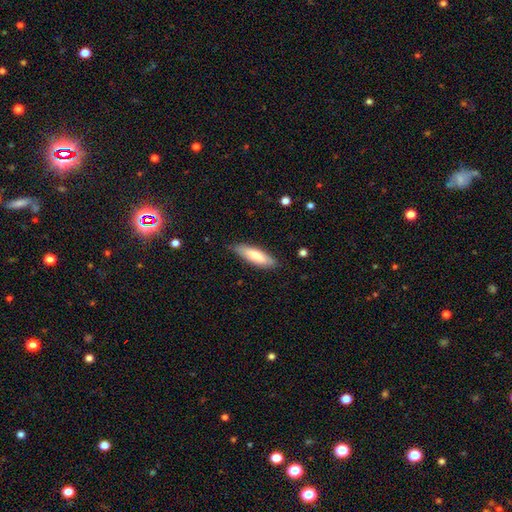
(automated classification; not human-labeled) Smooth or featured? Predicted: smooth (p=0.75). How rounded? Predicted: cigar-shaped (p=0.55). Merging? Predicted: none (p=0.81).